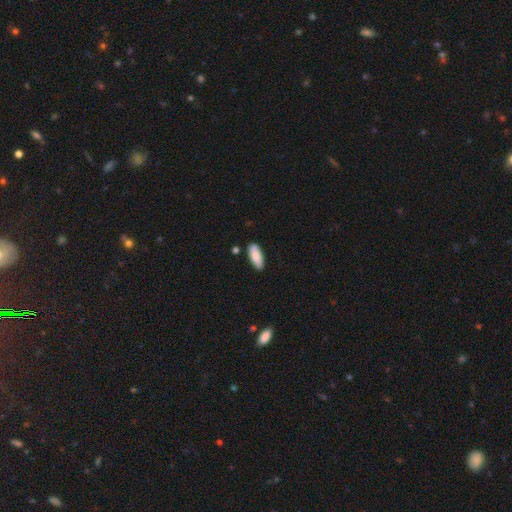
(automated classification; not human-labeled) smooth-or-featured: smooth: 86% | featured or disk: 8% | star or artifact: 6%
  how-rounded: in between: 77% | cigar-shaped: 21% | round: 2%
  merging: none: 85% | minor disturbance: 11% | merger: 2% | major disturbance: 2%